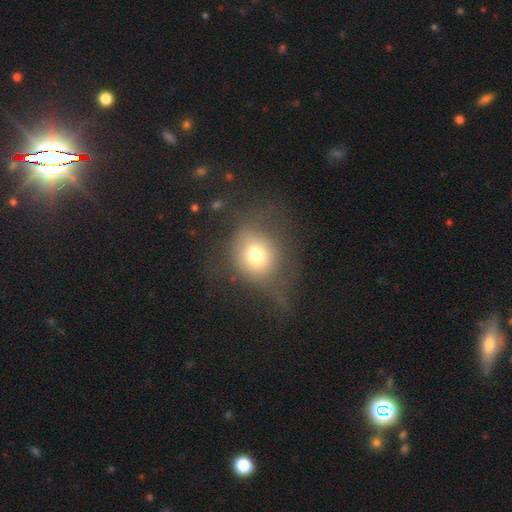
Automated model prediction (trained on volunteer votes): A smooth galaxy with no disk features (67%) that is round (75%). Merging: none (46%).